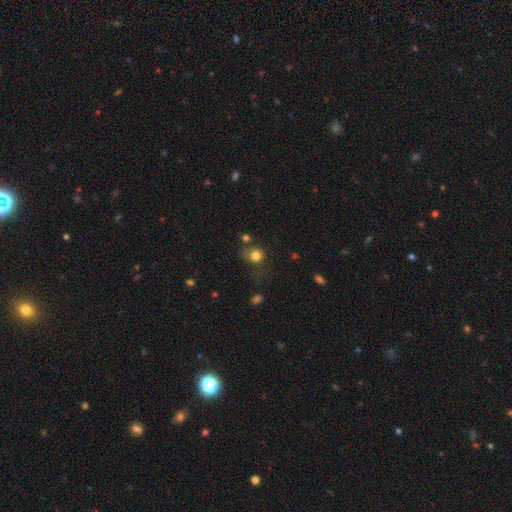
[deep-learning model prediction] A smooth galaxy with no disk features (80%) that is round (80%).

Vote fractions:
- Smooth or featured? smooth: 80% / star or artifact: 12% / featured or disk: 8%
- How rounded? round: 80% / in between: 19% / cigar-shaped: 1%
- Merging? none: 55% / minor disturbance: 22% / major disturbance: 14% / merger: 9%